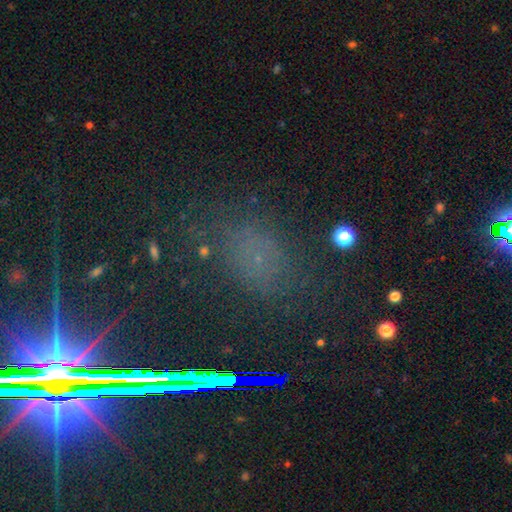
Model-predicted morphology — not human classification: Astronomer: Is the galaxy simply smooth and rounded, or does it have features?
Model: star or artifact — 47% (runner-up: smooth, 40%).